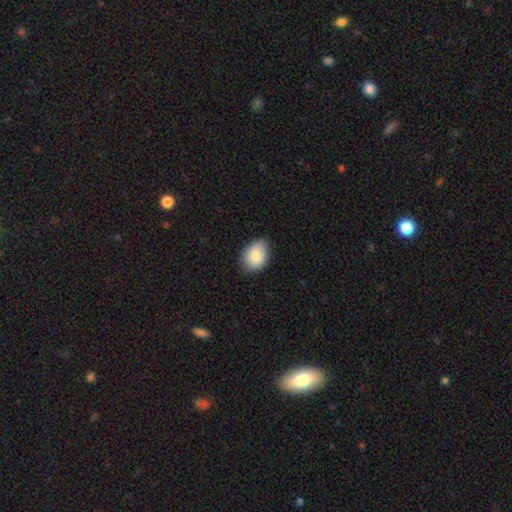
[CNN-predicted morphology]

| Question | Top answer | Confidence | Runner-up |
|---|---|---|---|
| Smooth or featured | smooth | 84% | featured or disk (9%) |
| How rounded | in between | 70% | round (29%) |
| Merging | none | 77% | minor disturbance (19%) |